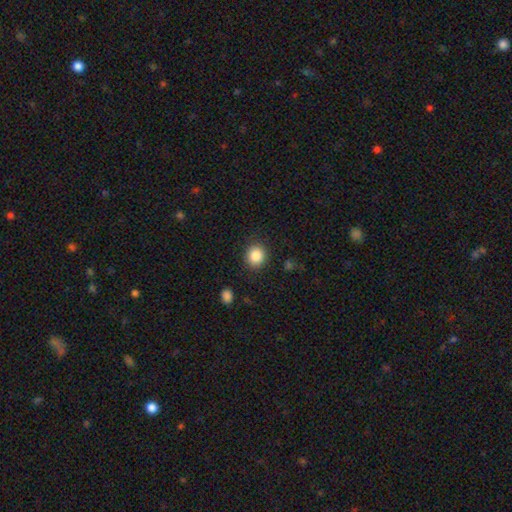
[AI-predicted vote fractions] smooth-or-featured: smooth: 86% | star or artifact: 9% | featured or disk: 5%
  how-rounded: round: 82% | in between: 17% | cigar-shaped: 1%
  merging: none: 88% | minor disturbance: 8% | major disturbance: 3% | merger: 1%